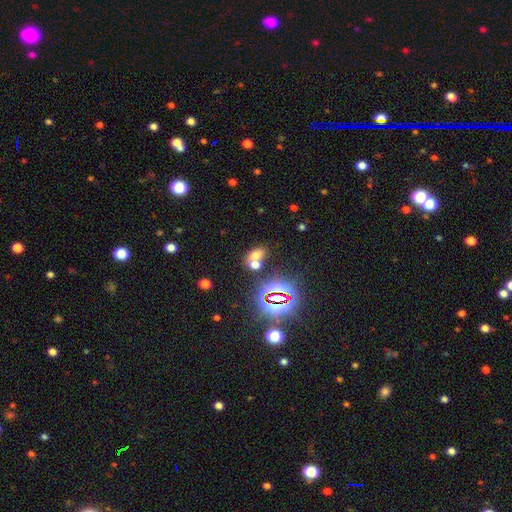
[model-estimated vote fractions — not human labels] Q: Smooth or featured?
A: smooth (56%); runner-up: star or artifact (30%)
Q: How rounded?
A: in between (70%); runner-up: round (28%)
Q: Merging?
A: merger (47%); runner-up: none (40%)